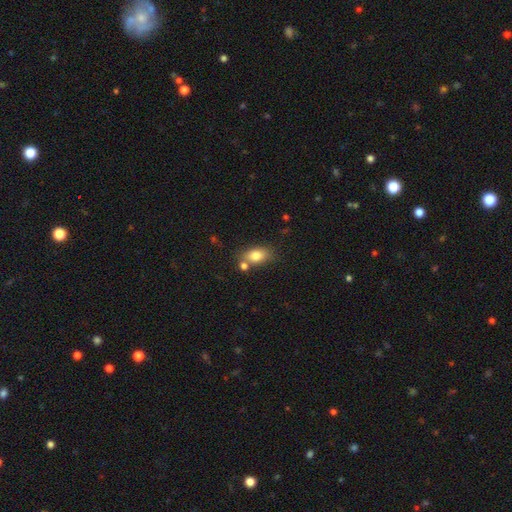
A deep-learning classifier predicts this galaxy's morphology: A smooth galaxy with no disk features (81%) that is in between round and cigar-shaped (82%).

Vote fractions:
- Smooth or featured? smooth: 81% / featured or disk: 10% / star or artifact: 9%
- How rounded? in between: 82% / round: 15% / cigar-shaped: 3%
- Merging? none: 63% / merger: 18% / minor disturbance: 15% / major disturbance: 4%